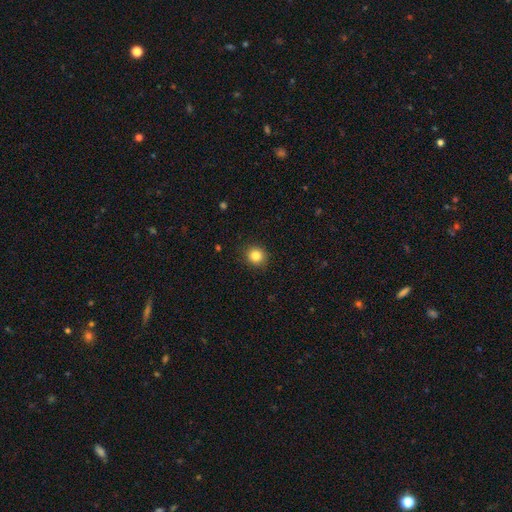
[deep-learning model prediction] Smooth or featured: smooth — 84% (star or artifact — 11%)
How rounded: round — 88% (in between — 11%)
Merging: none — 90% (minor disturbance — 7%)